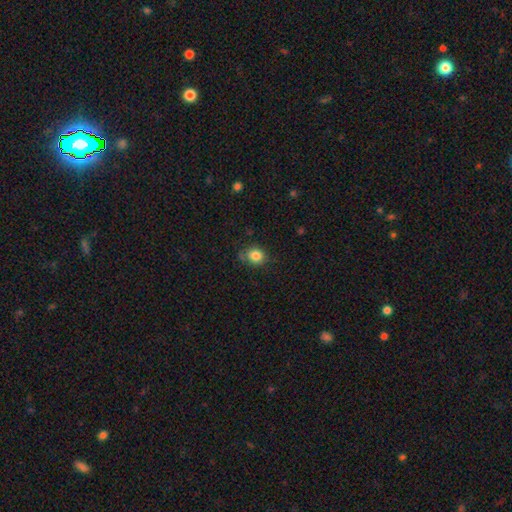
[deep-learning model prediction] smooth 83%, star or artifact 11%, featured or disk 6%. Down the decision tree: how rounded — round (70%); merging — none (73%).